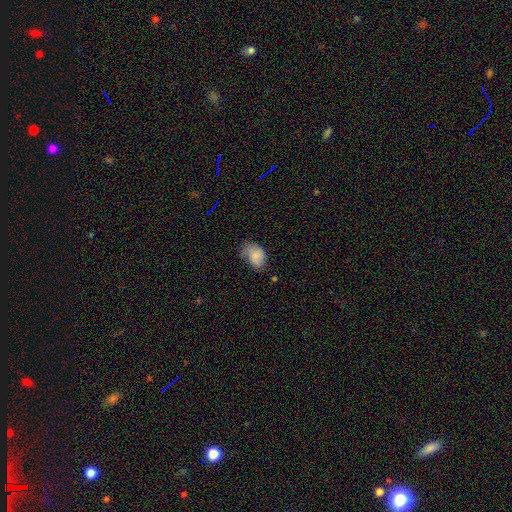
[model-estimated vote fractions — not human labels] Overall: smooth (67%). How rounded: in between (79%). Merging: none (38%; minor disturbance 36%).